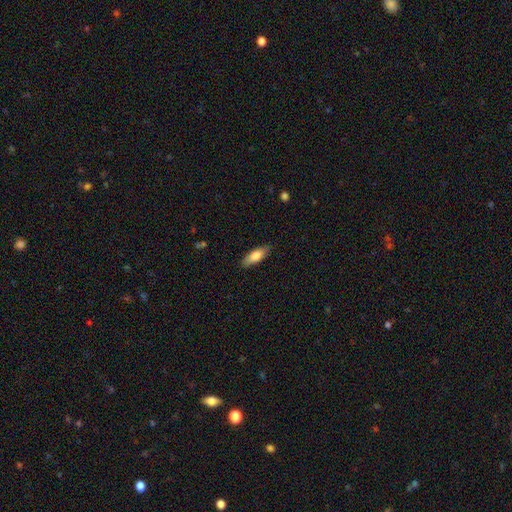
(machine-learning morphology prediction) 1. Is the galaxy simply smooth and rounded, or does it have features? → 76% smooth, 18% featured or disk, 6% star or artifact.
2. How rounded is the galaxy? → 63% in between, 35% cigar-shaped, 2% round.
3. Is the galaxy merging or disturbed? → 85% none, 12% minor disturbance, 2% major disturbance, 1% merger.